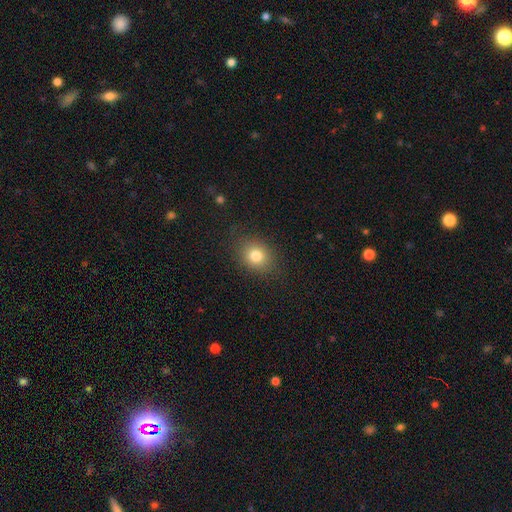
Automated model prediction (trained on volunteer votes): This appears to be a smooth galaxy with no disk features (79%) that is round (60%). Merging: none (84%).